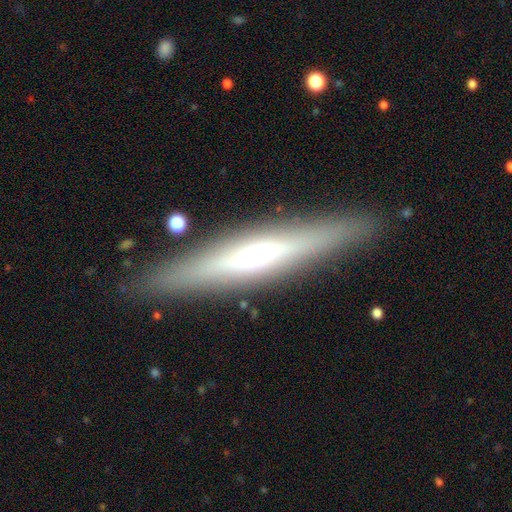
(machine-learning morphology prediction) Smooth or featured?
  - featured or disk: 63% *
  - smooth: 30%
  - star or artifact: 7%
Edge-on disk?
  - yes: 91% *
  - no: 9%
Edge-on bulge?
  - rounded: 79% *
  - none: 15%
  - boxy: 6%
Merging?
  - none: 88% *
  - minor disturbance: 8%
  - major disturbance: 2%
  - merger: 2%